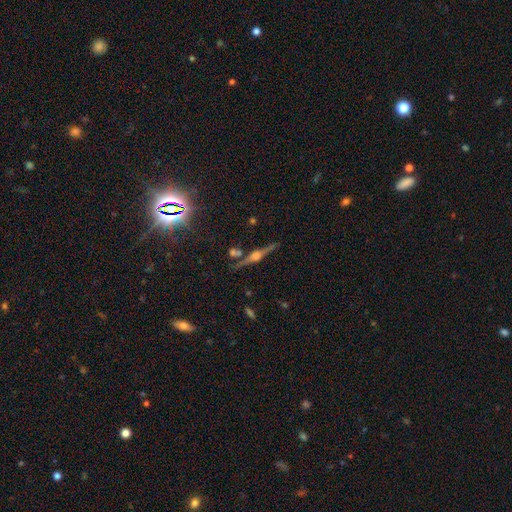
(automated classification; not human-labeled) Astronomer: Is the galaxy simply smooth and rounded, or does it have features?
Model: featured or disk — 80%.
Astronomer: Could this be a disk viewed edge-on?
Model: yes — 98%.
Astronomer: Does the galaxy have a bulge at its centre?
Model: rounded — 88%.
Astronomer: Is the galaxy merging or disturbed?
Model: none — 84%.